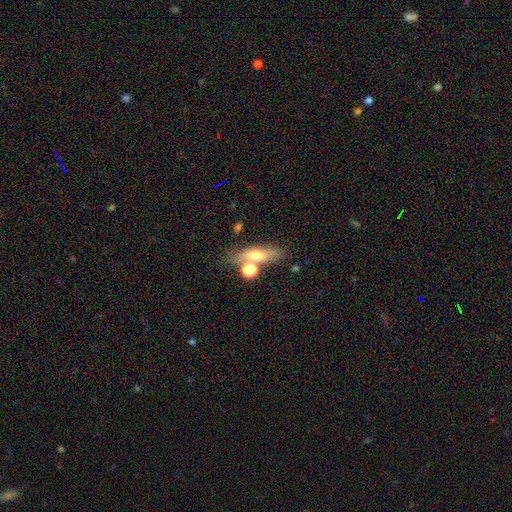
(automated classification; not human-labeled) smooth 59%, featured or disk 30%, star or artifact 11%. Down the decision tree: how rounded — in between (45%); merging — none (60%).